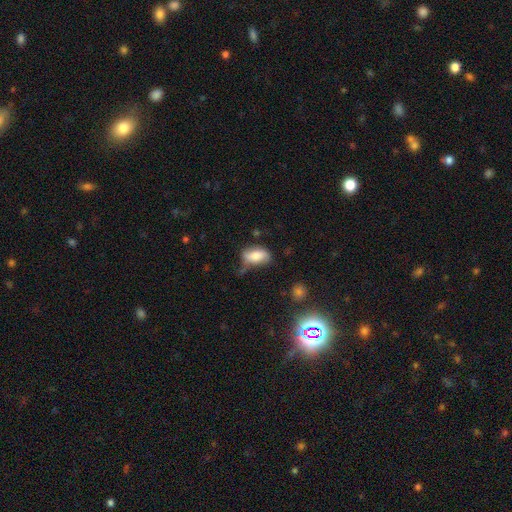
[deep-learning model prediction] Smooth or featured: smooth — 74% (featured or disk — 18%)
How rounded: in between — 90% (round — 5%)
Merging: none — 46% (minor disturbance — 35%)